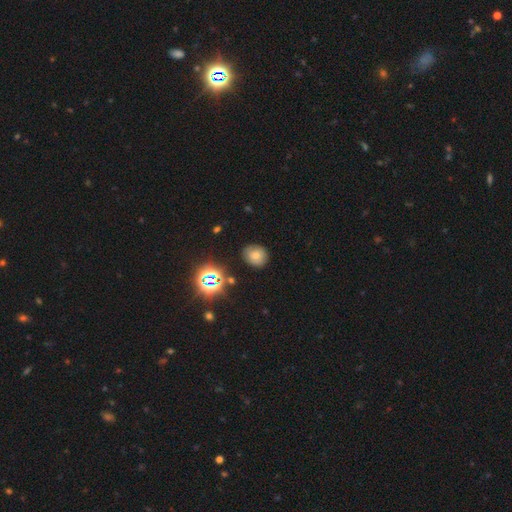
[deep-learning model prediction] A smooth galaxy with no disk features (69%) that is round (71%).

Vote fractions:
- Smooth or featured? smooth: 69% / star or artifact: 18% / featured or disk: 13%
- How rounded? round: 71% / in between: 28% / cigar-shaped: 1%
- Merging? none: 82% / minor disturbance: 13% / major disturbance: 3% / merger: 2%